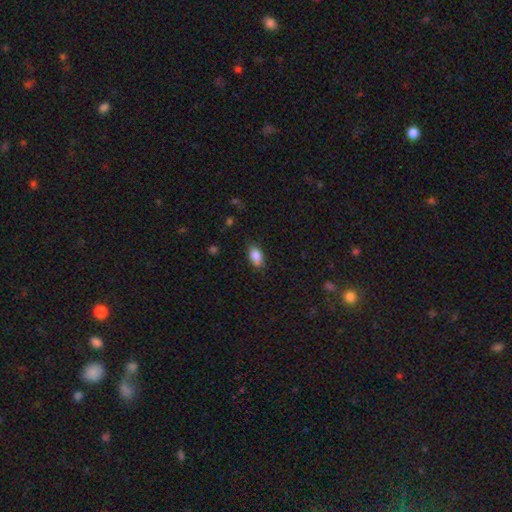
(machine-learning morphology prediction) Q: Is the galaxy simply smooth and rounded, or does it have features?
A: smooth — 86%.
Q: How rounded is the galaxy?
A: in between — 90%.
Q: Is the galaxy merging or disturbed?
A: none — 79%.